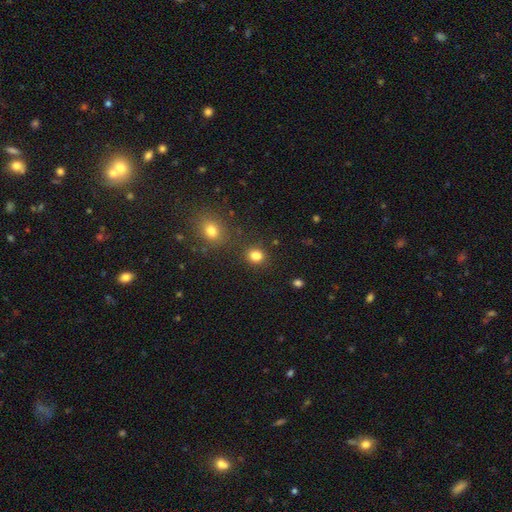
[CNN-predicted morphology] The model was most divided on "how rounded": round: 74%, in between: 26%, cigar-shaped: 1%. More confident: smooth or featured — smooth (83%); merging — none (83%).